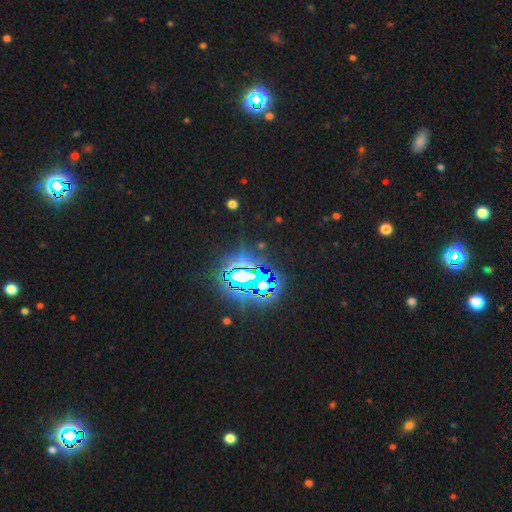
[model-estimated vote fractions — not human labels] This is likely a star or artifact rather than a galaxy (79%).